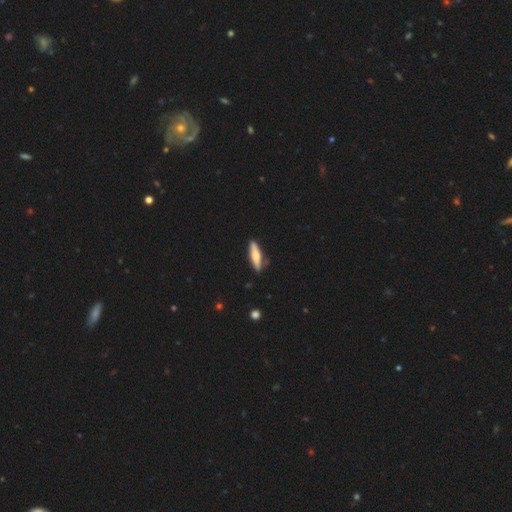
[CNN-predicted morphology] A smooth galaxy with no disk features (52%) that is cigar-shaped (73%).

Vote fractions:
- Smooth or featured? smooth: 52% / featured or disk: 43% / star or artifact: 5%
- How rounded? cigar-shaped: 73% / in between: 25% / round: 2%
- Merging? none: 84% / minor disturbance: 12% / major disturbance: 2% / merger: 2%